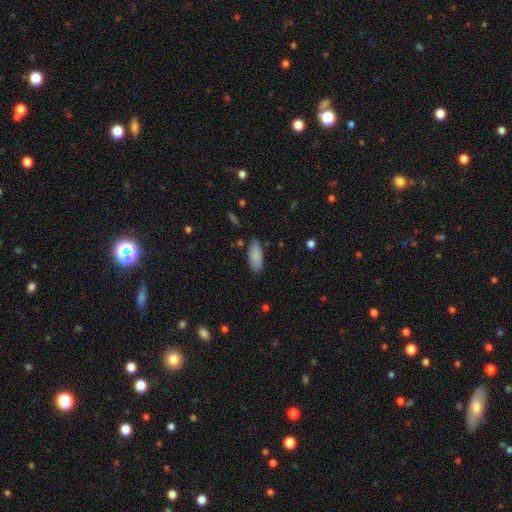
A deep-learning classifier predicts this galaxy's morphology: smooth-or-featured: smooth: 87% | featured or disk: 7% | star or artifact: 6%
  how-rounded: in between: 83% | cigar-shaped: 16% | round: 2%
  merging: none: 81% | minor disturbance: 14% | major disturbance: 3% | merger: 2%